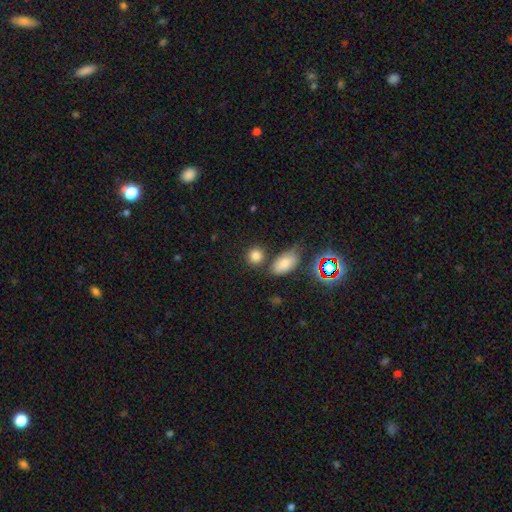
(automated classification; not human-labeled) A smooth galaxy with no disk features (82%) that is round (76%). Merging: none (73%).